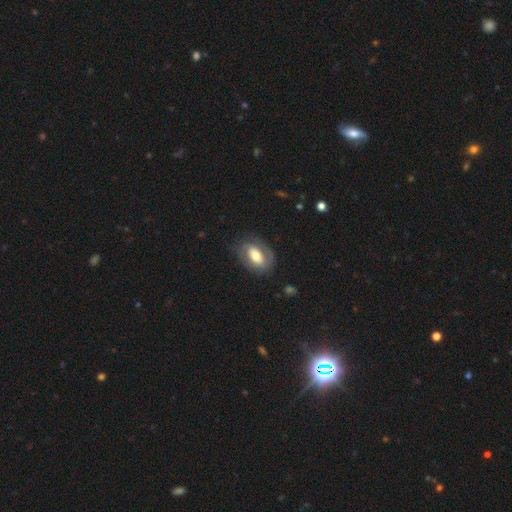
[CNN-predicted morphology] Smooth or featured?
  - featured or disk: 53% *
  - smooth: 41%
  - star or artifact: 6%
Edge-on disk?
  - no: 93% *
  - yes: 7%
Merging?
  - none: 74% *
  - minor disturbance: 16%
  - major disturbance: 9%
  - merger: 1%